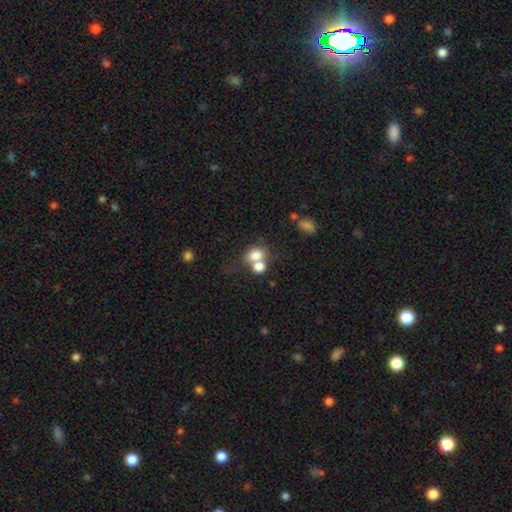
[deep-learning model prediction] Smooth or featured? smooth (75%)
How rounded? round (60%)
Merging? merger (53%)